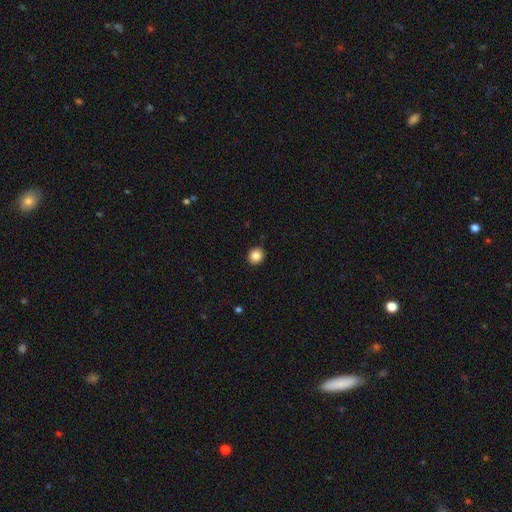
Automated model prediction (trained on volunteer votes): smooth-or-featured: smooth: 85% | star or artifact: 10% | featured or disk: 5%
  how-rounded: round: 87% | in between: 12% | cigar-shaped: 1%
  merging: none: 92% | minor disturbance: 5% | major disturbance: 1% | merger: 1%